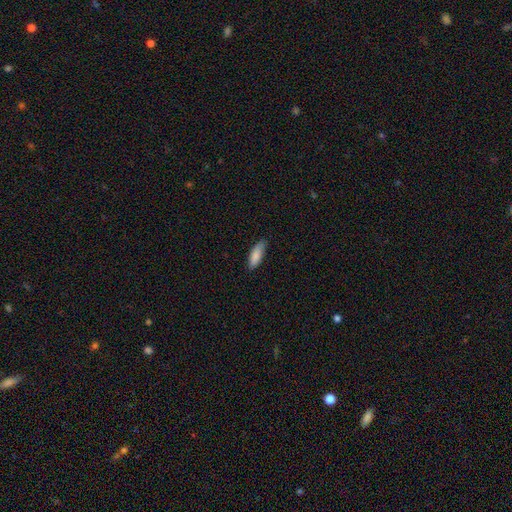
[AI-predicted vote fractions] Smooth or featured? Predicted: smooth (p=0.87). How rounded? Predicted: in between (p=0.66). Merging? Predicted: none (p=0.75).